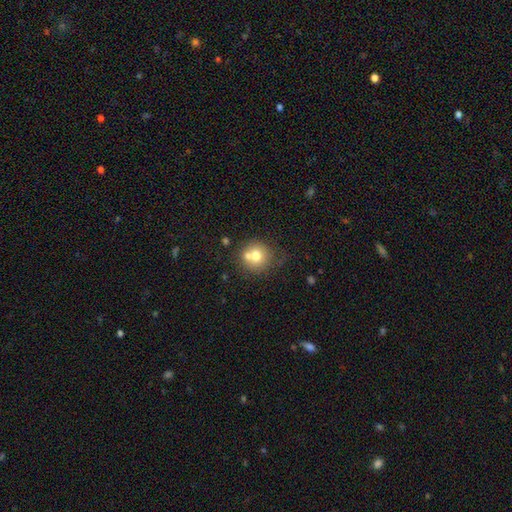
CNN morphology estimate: The model was most divided on "merging": none: 51%, merger: 33%, minor disturbance: 11%, major disturbance: 4%. More confident: how rounded — round (88%); smooth or featured — smooth (70%).